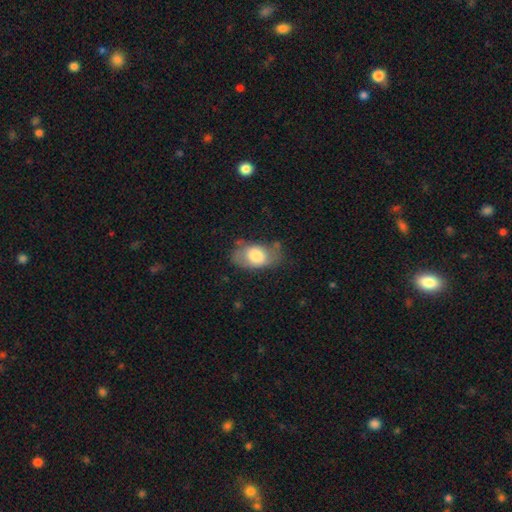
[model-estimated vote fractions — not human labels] A smooth galaxy with no disk features (72%) that is in between round and cigar-shaped (91%).

Vote fractions:
- Smooth or featured? smooth: 72% / featured or disk: 22% / star or artifact: 7%
- How rounded? in between: 91% / round: 8% / cigar-shaped: 2%
- Merging? none: 56% / minor disturbance: 29% / major disturbance: 12% / merger: 3%